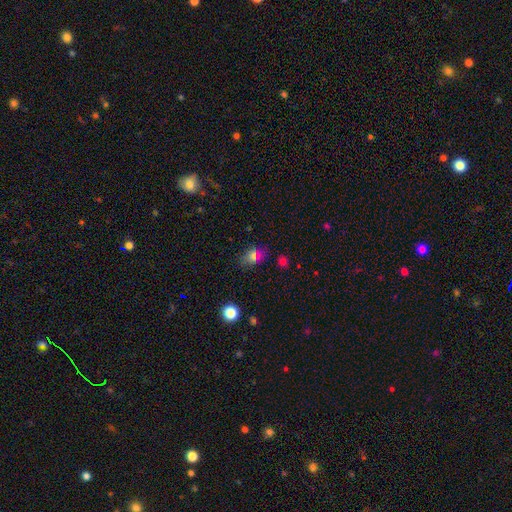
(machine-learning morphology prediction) Smooth or featured: smooth — 73% (star or artifact — 15%)
How rounded: in between — 74% (round — 23%)
Merging: none — 78% (minor disturbance — 15%)